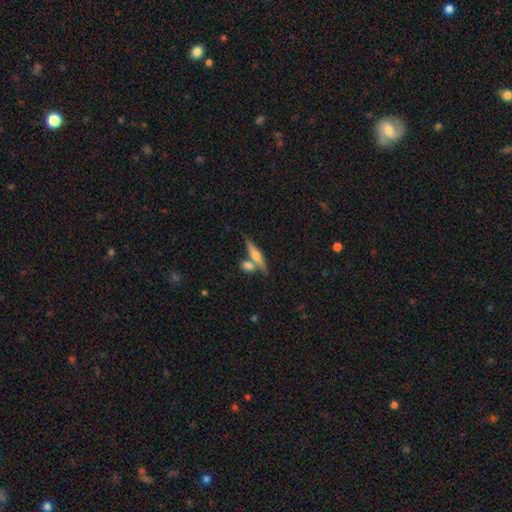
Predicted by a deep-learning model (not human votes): Smooth or featured? Predicted: featured or disk (p=0.50). Edge-on disk? Predicted: yes (p=0.91). Merging? Predicted: none (p=0.58).